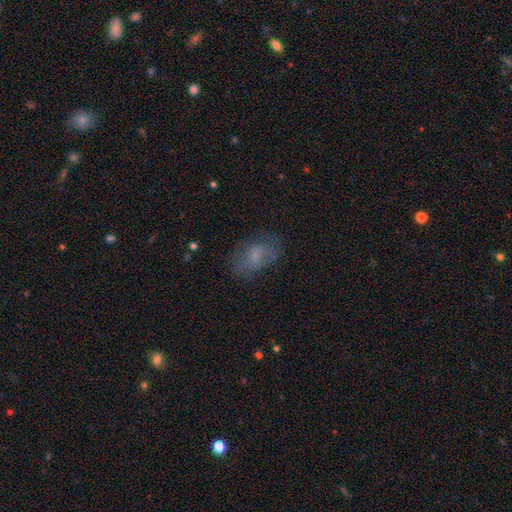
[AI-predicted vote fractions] Q: Smooth or featured?
A: smooth (62%); runner-up: featured or disk (27%)
Q: How rounded?
A: in between (88%); runner-up: round (10%)
Q: Merging?
A: none (68%); runner-up: minor disturbance (20%)